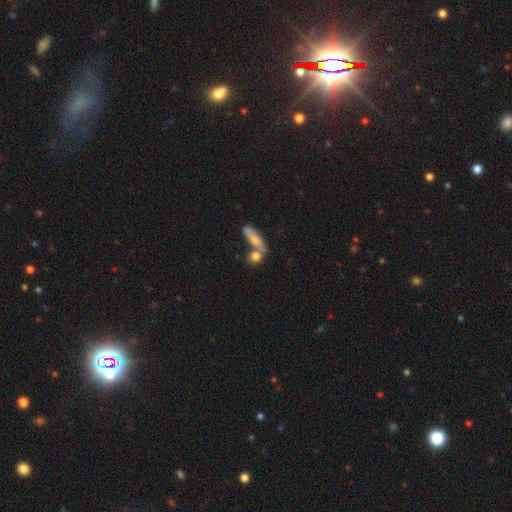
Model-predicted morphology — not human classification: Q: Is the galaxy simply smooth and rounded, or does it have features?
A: smooth — 69%.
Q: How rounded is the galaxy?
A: in between — 39%.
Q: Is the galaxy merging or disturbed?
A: none — 51%.